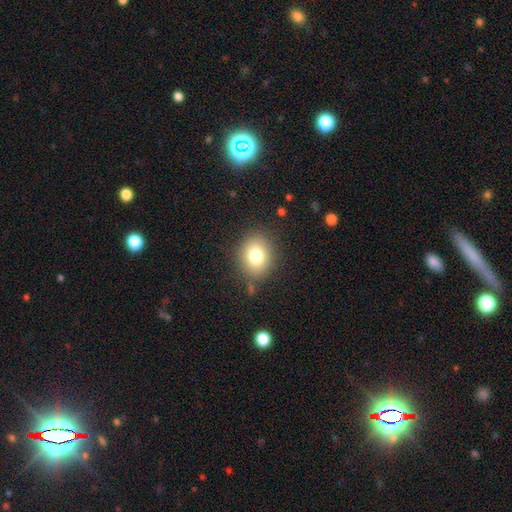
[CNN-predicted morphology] The model was most divided on "how rounded": round: 59%, in between: 41%, cigar-shaped: 1%. More confident: merging — none (83%); smooth or featured — smooth (78%).